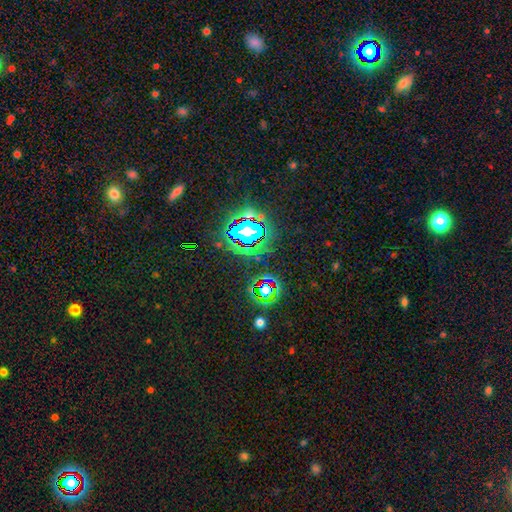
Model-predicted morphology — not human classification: A star or artifact, not a galaxy (80%).

Vote fractions:
- Smooth or featured? star or artifact: 80% / smooth: 12% / featured or disk: 8%